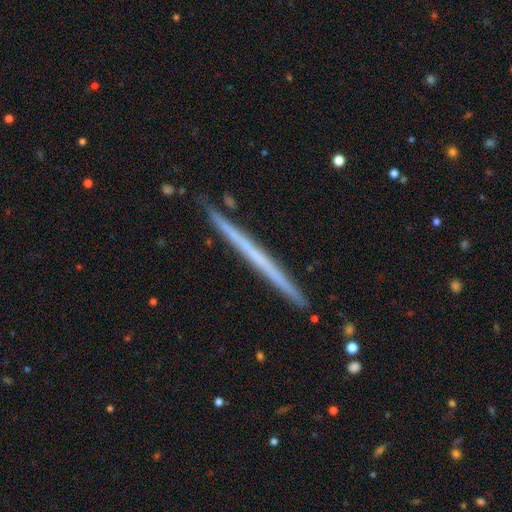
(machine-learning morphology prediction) smooth-or-featured: featured or disk: 59% | smooth: 35% | star or artifact: 6%
  disk-edge-on: yes: 98% | no: 2%
    edge-on-bulge: none: 92% | rounded: 5% | boxy: 2%
  merging: none: 90% | minor disturbance: 7% | merger: 1% | major disturbance: 1%